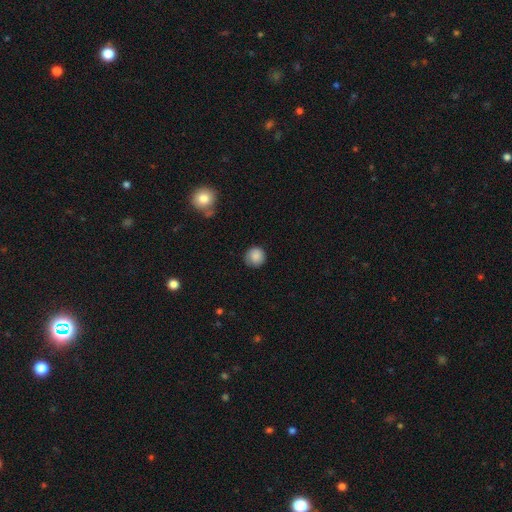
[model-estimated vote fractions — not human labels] Overall: smooth (86%). How rounded: round (93%). Merging: none (82%).